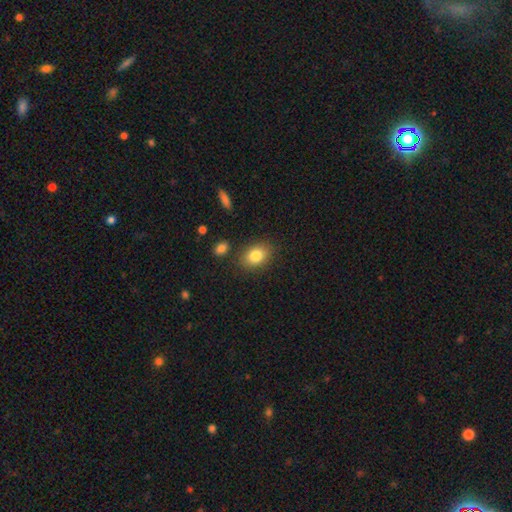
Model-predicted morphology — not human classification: Smooth or featured: smooth — 83% (star or artifact — 9%)
How rounded: in between — 73% (round — 26%)
Merging: none — 83% (minor disturbance — 11%)